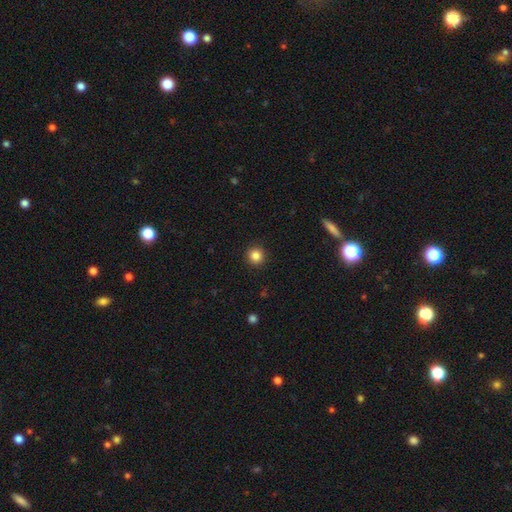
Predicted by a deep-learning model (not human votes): Smooth or featured? smooth (85%)
How rounded? round (94%)
Merging? none (92%)